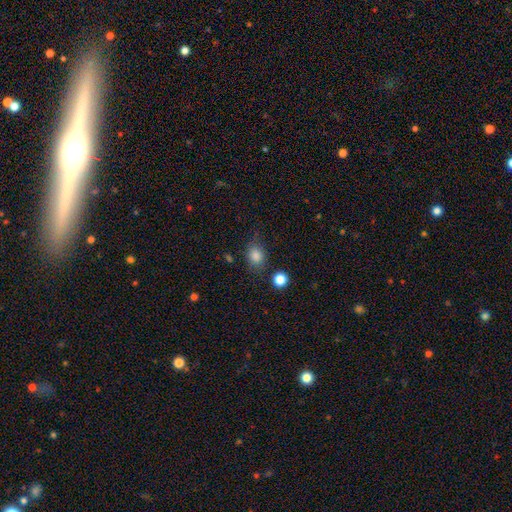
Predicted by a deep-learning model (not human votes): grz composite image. It shows a smooth galaxy with no disk features (85%) that is in between round and cigar-shaped (51%). Merging: none (72%).